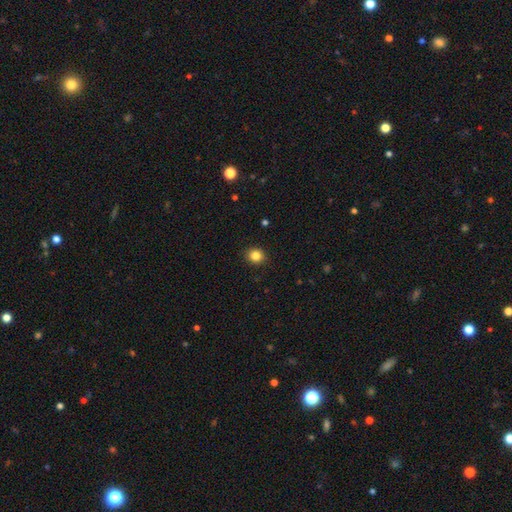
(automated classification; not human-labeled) This is clearly a smooth galaxy (83%). How rounded: clearly round (83%). Merging: clearly none (91%).